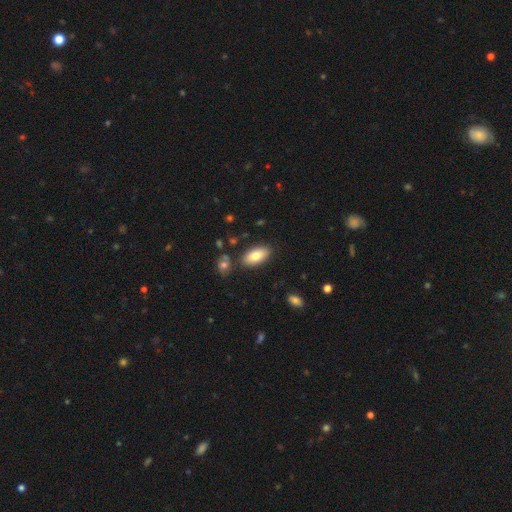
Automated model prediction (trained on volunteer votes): Smooth or featured? smooth (79%)
How rounded? in between (93%)
Merging? none (84%)